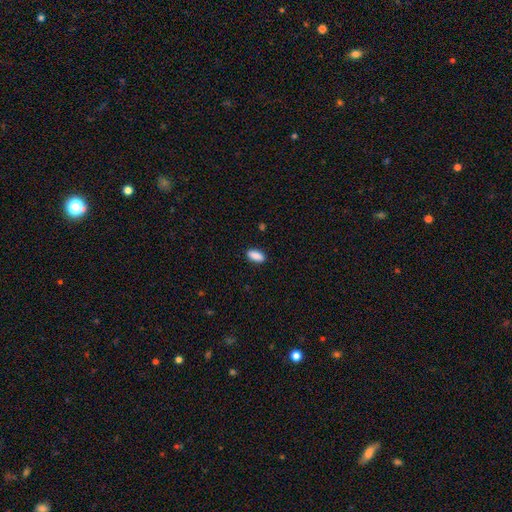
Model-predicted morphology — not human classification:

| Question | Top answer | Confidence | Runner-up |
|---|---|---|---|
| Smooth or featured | smooth | 89% | star or artifact (7%) |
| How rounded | in between | 87% | cigar-shaped (10%) |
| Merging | none | 88% | minor disturbance (9%) |